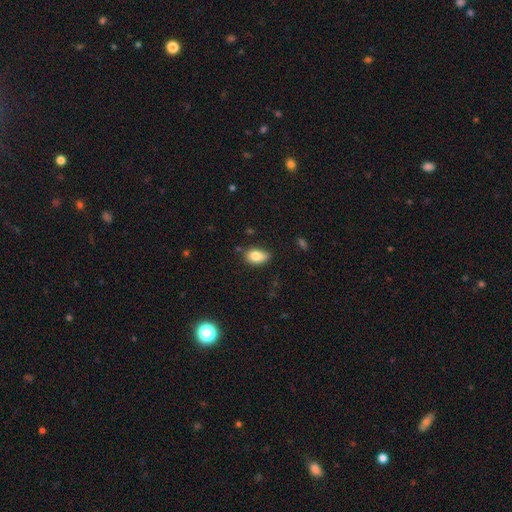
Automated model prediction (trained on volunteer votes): This is clearly a smooth galaxy (82%). How rounded: clearly in between (84%). Merging: likely none (68%).